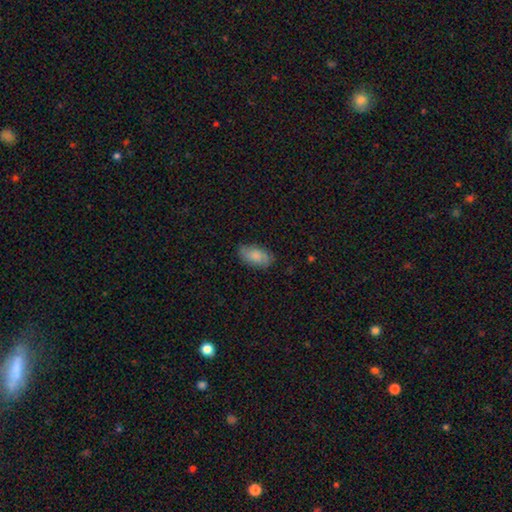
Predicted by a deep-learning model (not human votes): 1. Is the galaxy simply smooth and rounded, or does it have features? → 81% smooth, 12% featured or disk, 7% star or artifact.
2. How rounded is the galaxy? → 94% in between, 3% round, 3% cigar-shaped.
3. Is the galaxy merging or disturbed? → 77% none, 18% minor disturbance, 4% major disturbance, 1% merger.